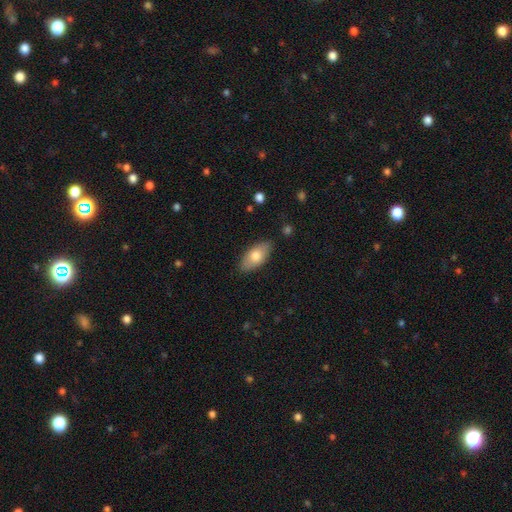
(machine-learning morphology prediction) Smooth or featured?
  - smooth: 73% *
  - featured or disk: 21%
  - star or artifact: 6%
How rounded?
  - in between: 89% *
  - cigar-shaped: 8%
  - round: 3%
Merging?
  - none: 84% *
  - minor disturbance: 12%
  - major disturbance: 2%
  - merger: 1%